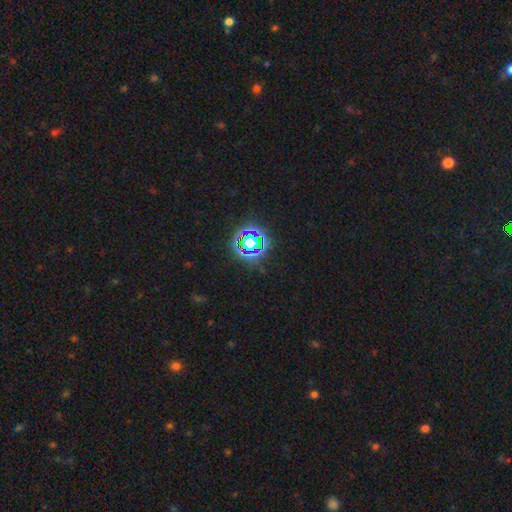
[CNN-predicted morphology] Smooth or featured: star or artifact — 77% (smooth — 16%)